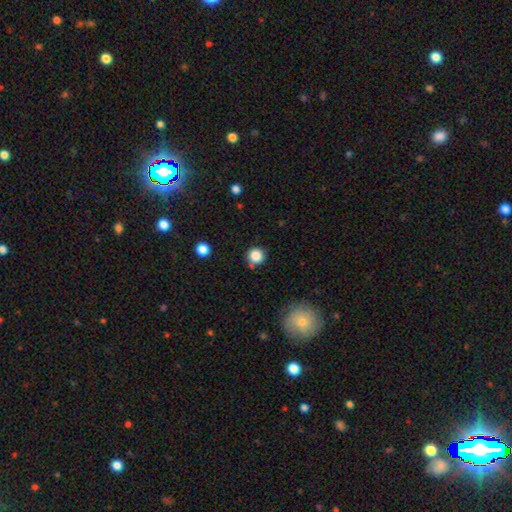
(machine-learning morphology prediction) smooth 85%, star or artifact 11%, featured or disk 4%. Down the decision tree: how rounded — round (93%); merging — none (78%).